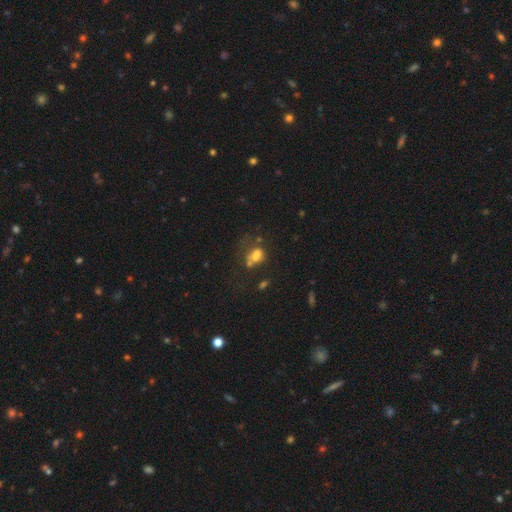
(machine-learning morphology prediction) Smooth or featured?
  - smooth: 61% *
  - featured or disk: 22%
  - star or artifact: 17%
How rounded?
  - in between: 62% *
  - round: 36%
  - cigar-shaped: 2%
Merging?
  - merger: 36% *
  - none: 29%
  - major disturbance: 18%
  - minor disturbance: 17%